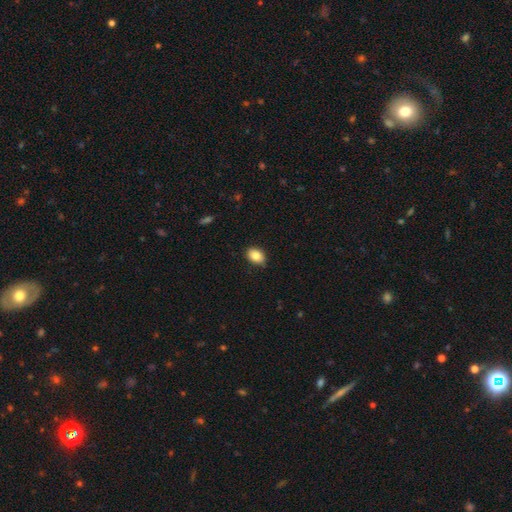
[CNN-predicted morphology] Smooth or featured? smooth (85%)
How rounded? in between (81%)
Merging? none (83%)